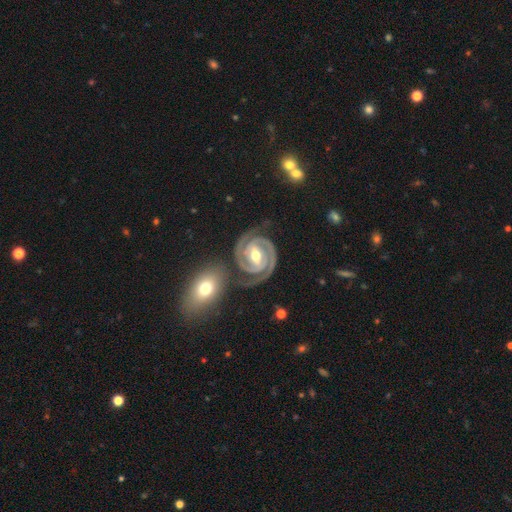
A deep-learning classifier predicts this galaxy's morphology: Smooth or featured: featured or disk — 94% (star or artifact — 3%)
Edge-on disk: no — 98% (yes — 2%)
Bar: strong — 56% (weak — 32%)
Spiral arms: yes — 99% (no — 1%)
Spiral winding: tight — 75% (medium — 22%)
Spiral arm count: 2 — 92% (3 — 3%)
Bulge size: moderate — 74% (small — 20%)
Merging: none — 76% (minor disturbance — 12%)